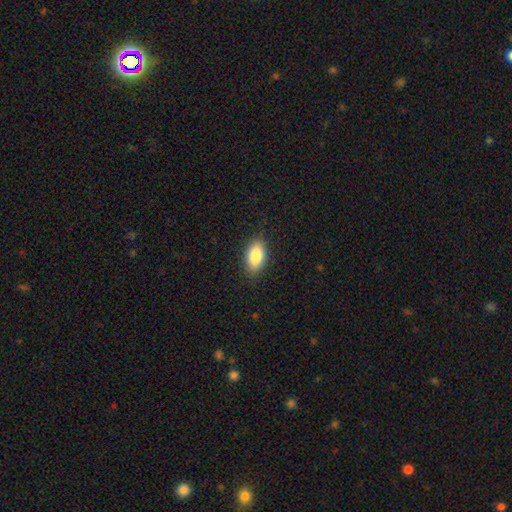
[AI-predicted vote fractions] Morphology: type=smooth (85%); roundness=in between (92%); merging=none (85%).